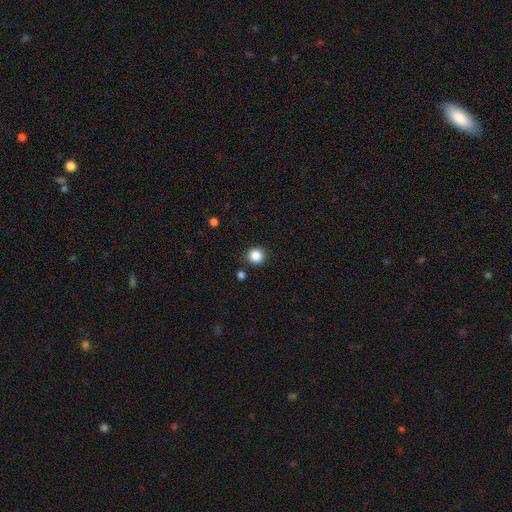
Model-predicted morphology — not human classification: smooth 86%, star or artifact 11%, featured or disk 3%. Down the decision tree: how rounded — round (93%); merging — none (89%).